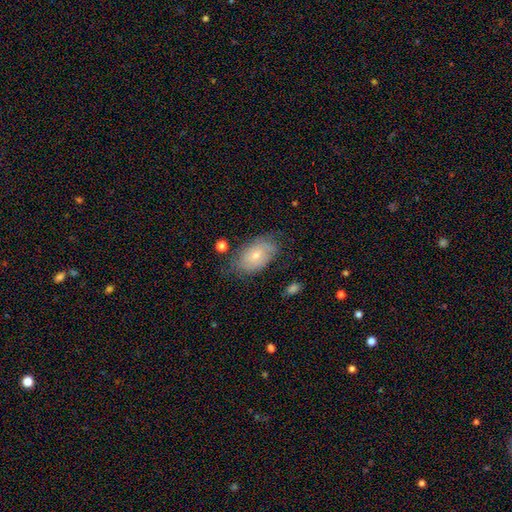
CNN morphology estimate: smooth 57%, featured or disk 36%, star or artifact 7%. Down the decision tree: how rounded — in between (91%); merging — none (64%).